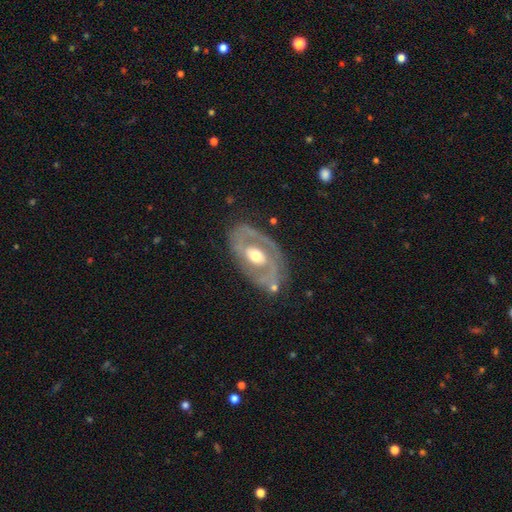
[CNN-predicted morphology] The model was most divided on "spiral winding": tight: 43%, medium: 41%, loose: 16%. More confident: edge-on disk — no (94%); smooth or featured — featured or disk (82%); spiral arm count — 2 (73%); bulge size — moderate (72%); merging — none (72%); spiral arms — yes (71%); bar — no (53%).